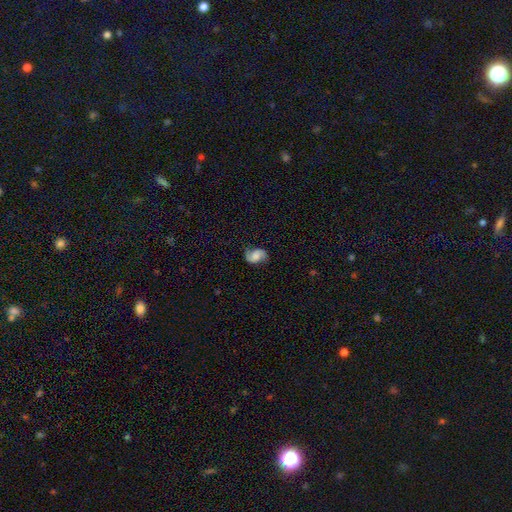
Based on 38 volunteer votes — featured or disk 71%, smooth 26%, star or artifact 3%. Down the decision tree: edge-on disk — no (96%); bar — no (69%); spiral arms — yes (100%); spiral arm count — 2 (96%); spiral winding — loose (46%); bulge size — large (42%); merging — none (78%).